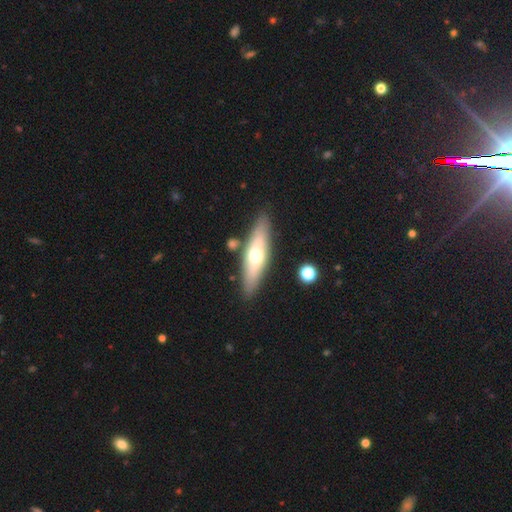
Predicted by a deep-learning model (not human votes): smooth 48%, featured or disk 46%, star or artifact 6%. Down the decision tree: merging — none (84%).